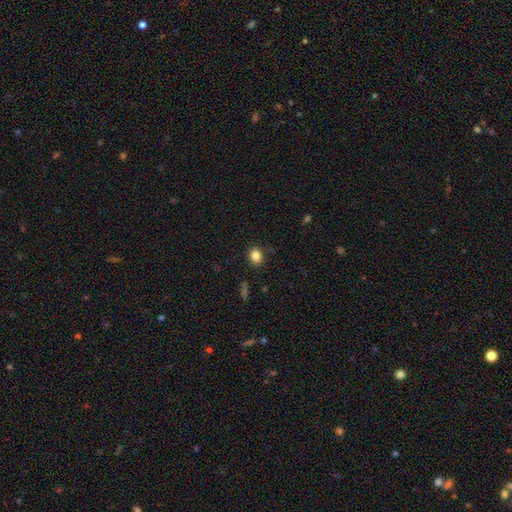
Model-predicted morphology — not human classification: Smooth or featured? smooth (84%)
How rounded? round (60%)
Merging? none (88%)